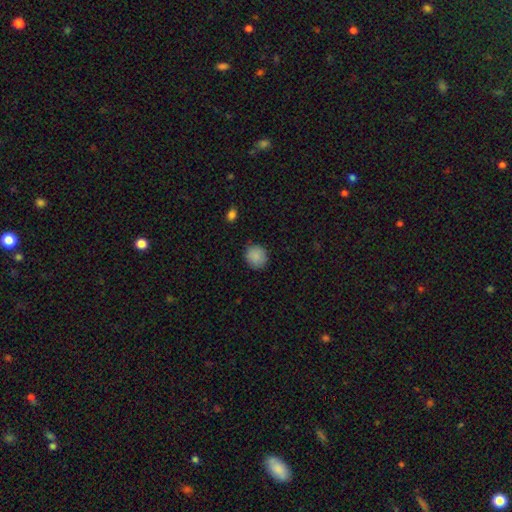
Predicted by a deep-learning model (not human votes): A smooth galaxy with no disk features (88%) that is round (79%).

Vote fractions:
- Smooth or featured? smooth: 88% / star or artifact: 8% / featured or disk: 4%
- How rounded? round: 79% / in between: 20% / cigar-shaped: 1%
- Merging? none: 86% / minor disturbance: 10% / major disturbance: 2% / merger: 1%